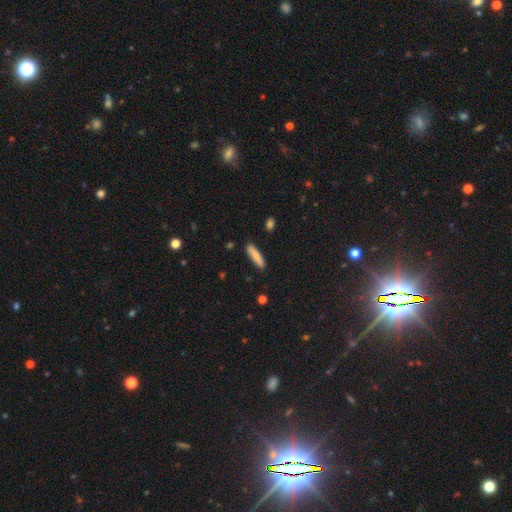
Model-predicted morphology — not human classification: smooth_or_featured: smooth (p=0.78) [alt: featured or disk p=0.15]
how_rounded: cigar-shaped (p=0.79) [alt: in between p=0.20]
merging: none (p=0.87) [alt: minor disturbance p=0.09]